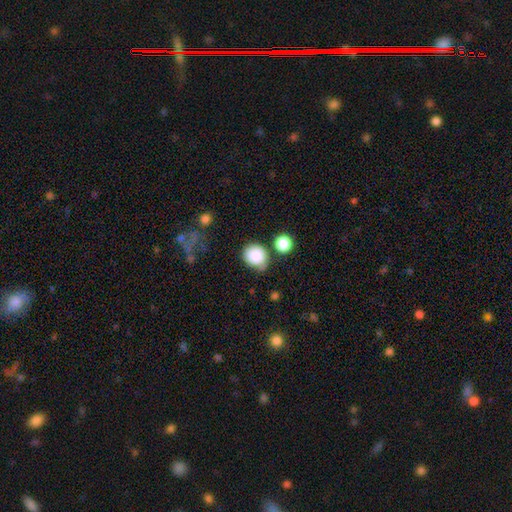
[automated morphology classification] Smooth or featured?
  - smooth: 82% *
  - featured or disk: 9%
  - star or artifact: 9%
How rounded?
  - round: 72% *
  - in between: 27%
  - cigar-shaped: 1%
Merging?
  - none: 58% *
  - minor disturbance: 24%
  - merger: 10%
  - major disturbance: 8%